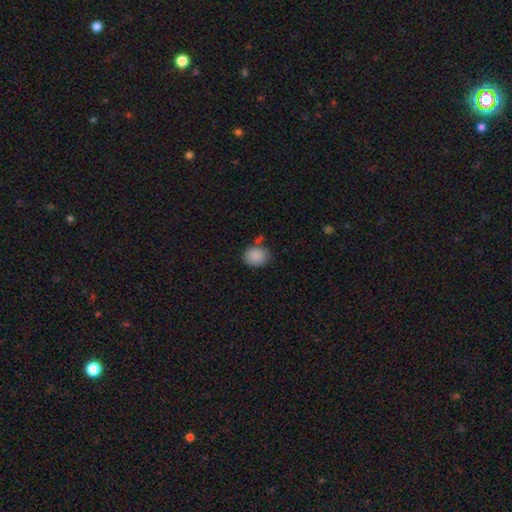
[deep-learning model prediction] smooth-or-featured: smooth: 88% | star or artifact: 8% | featured or disk: 5%
  how-rounded: round: 55% | in between: 44% | cigar-shaped: 1%
  merging: none: 73% | minor disturbance: 15% | merger: 8% | major disturbance: 4%